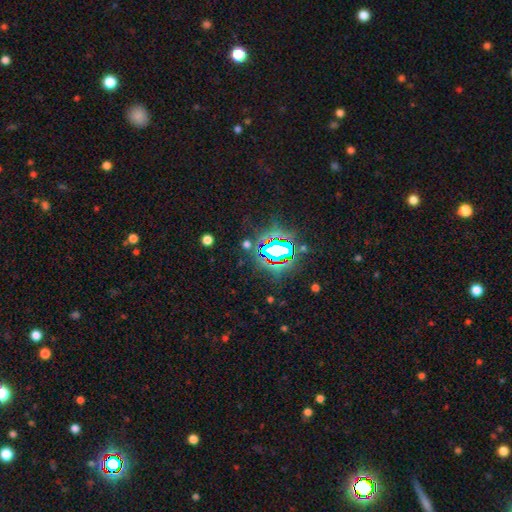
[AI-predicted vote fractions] Overall: star or artifact (83%).